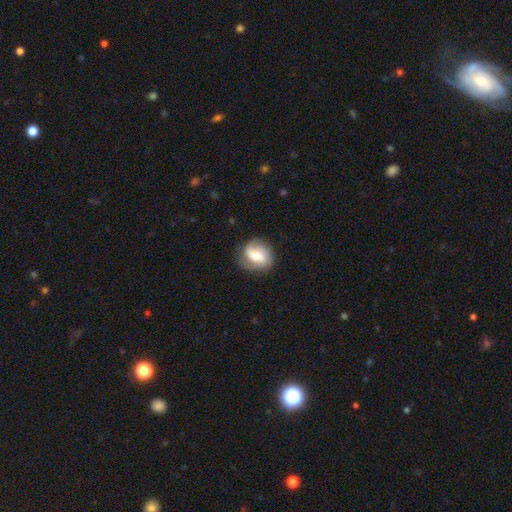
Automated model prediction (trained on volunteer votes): This is possibly a smooth galaxy (48%). Merging: likely none (75%).